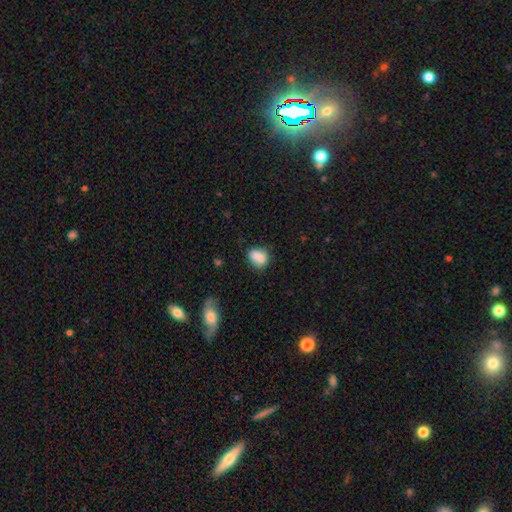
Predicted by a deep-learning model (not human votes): Q: Smooth or featured?
A: smooth (80%); runner-up: featured or disk (11%)
Q: How rounded?
A: in between (56%); runner-up: round (42%)
Q: Merging?
A: none (50%); runner-up: minor disturbance (23%)